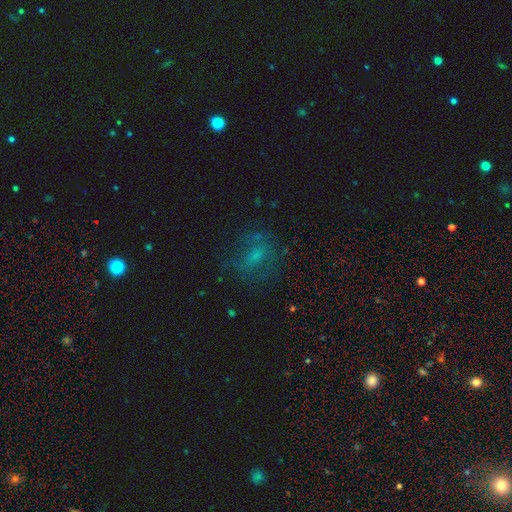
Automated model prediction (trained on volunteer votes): Smooth or featured? smooth (45%)
Merging? none (62%)